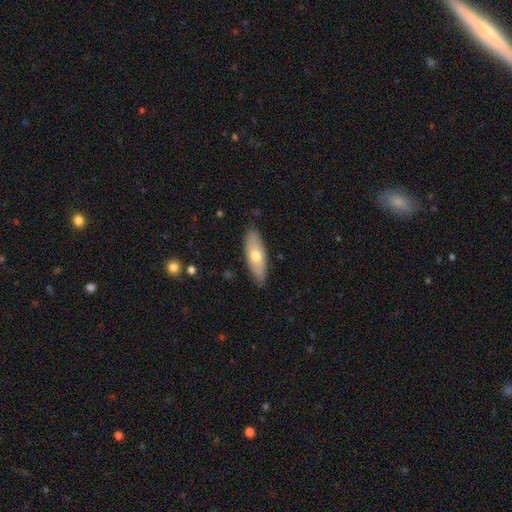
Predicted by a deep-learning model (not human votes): This appears to be a smooth galaxy with no disk features (63%) that is in between round and cigar-shaped (62%). Merging: none (85%).